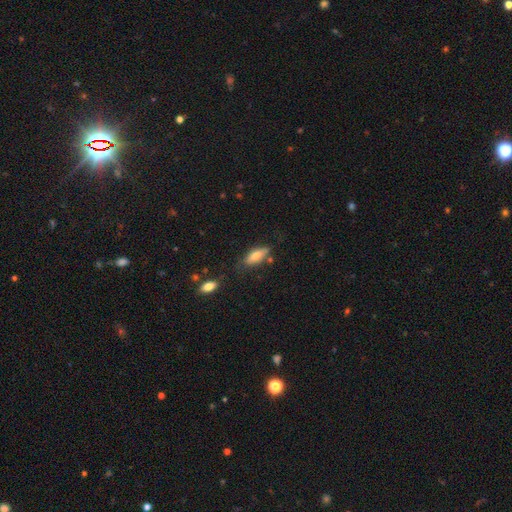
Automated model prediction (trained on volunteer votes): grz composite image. It shows a smooth galaxy with no disk features (69%) that is in between round and cigar-shaped (65%). Merging: none (72%).